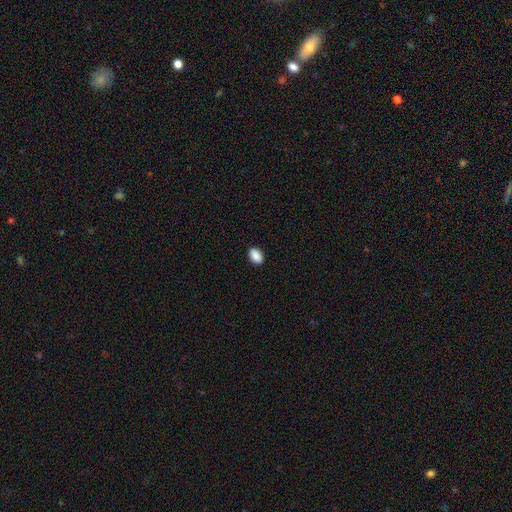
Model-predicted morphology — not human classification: A smooth galaxy with no disk features (89%) that is in between round and cigar-shaped (90%).

Vote fractions:
- Smooth or featured? smooth: 89% / star or artifact: 7% / featured or disk: 3%
- How rounded? in between: 90% / round: 8% / cigar-shaped: 2%
- Merging? none: 89% / minor disturbance: 8% / major disturbance: 2% / merger: 1%